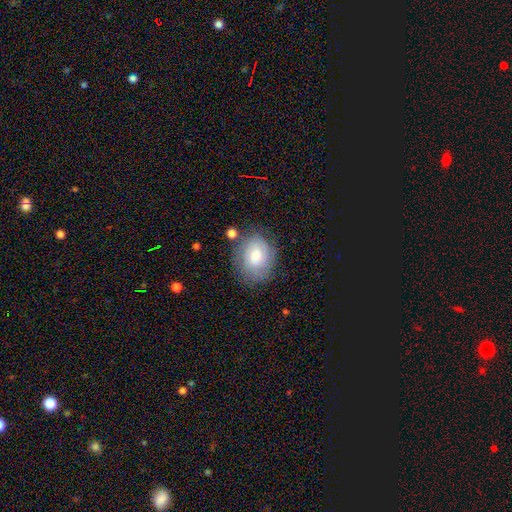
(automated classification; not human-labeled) smooth-or-featured: smooth: 65% | featured or disk: 27% | star or artifact: 8%
  how-rounded: in between: 53% | round: 46% | cigar-shaped: 1%
  merging: none: 69% | minor disturbance: 20% | major disturbance: 7% | merger: 4%